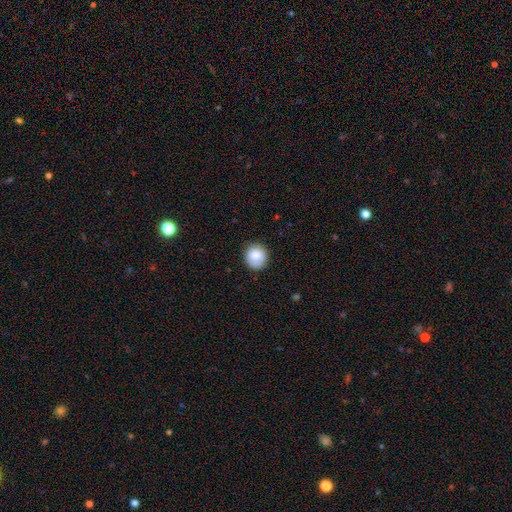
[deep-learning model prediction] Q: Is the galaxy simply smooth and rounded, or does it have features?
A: smooth — 82%.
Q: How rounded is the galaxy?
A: round — 86%.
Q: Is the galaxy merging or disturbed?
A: none — 79%.